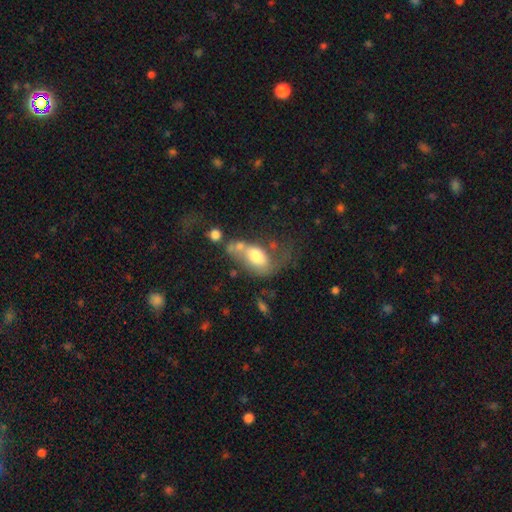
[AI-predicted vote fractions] Overall: smooth (63%; featured or disk 29%). How rounded: in between (85%). Merging: merger (30%, tied with major disturbance).